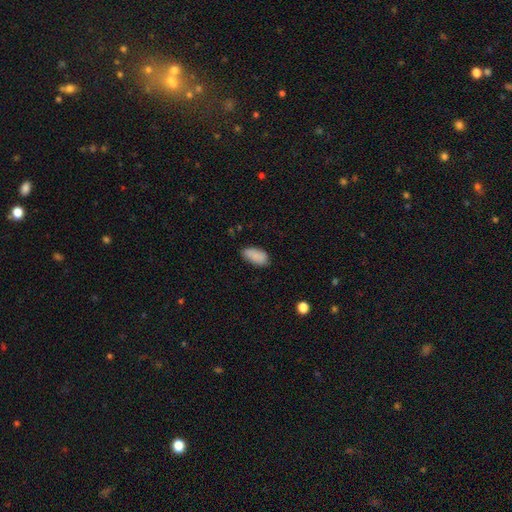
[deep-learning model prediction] Overall: smooth (88%). How rounded: in between (93%). Merging: none (72%).